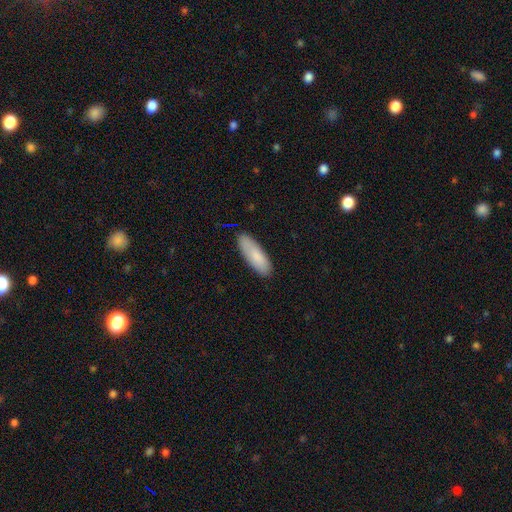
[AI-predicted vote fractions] This is clearly a smooth galaxy (84%). How rounded: possibly in between (59%). Merging: clearly none (82%).